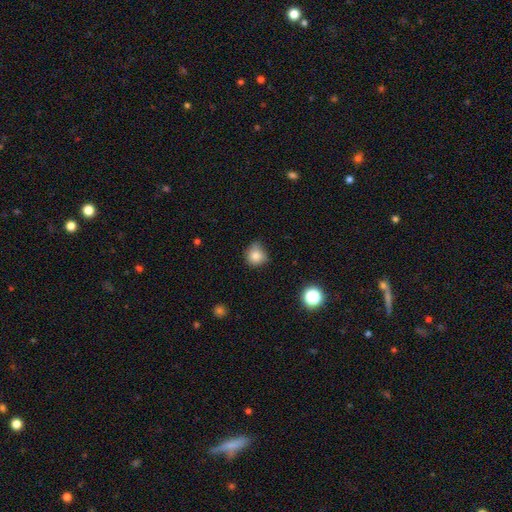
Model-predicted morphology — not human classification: This is clearly a smooth galaxy (82%). How rounded: clearly round (85%). Merging: possibly none (59%).